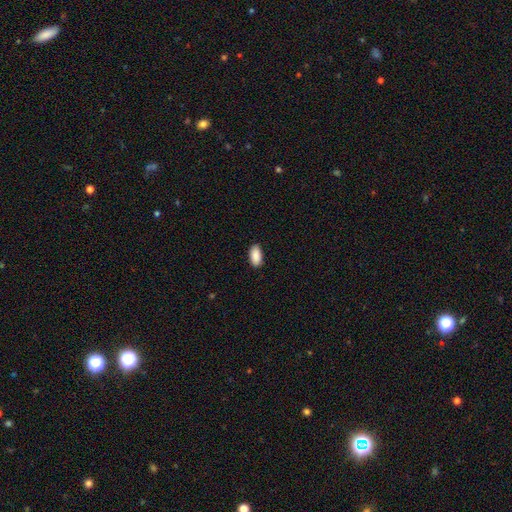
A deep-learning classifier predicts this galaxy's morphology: Smooth or featured?
  - smooth: 91% *
  - star or artifact: 6%
  - featured or disk: 3%
How rounded?
  - in between: 94% *
  - cigar-shaped: 3%
  - round: 3%
Merging?
  - none: 88% *
  - minor disturbance: 9%
  - major disturbance: 2%
  - merger: 1%